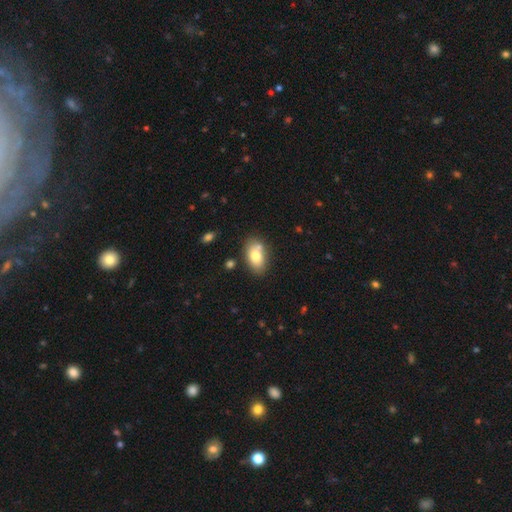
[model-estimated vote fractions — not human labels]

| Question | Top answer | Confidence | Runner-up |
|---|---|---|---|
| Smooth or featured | smooth | 76% | featured or disk (16%) |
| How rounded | in between | 90% | round (8%) |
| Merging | none | 66% | minor disturbance (16%) |